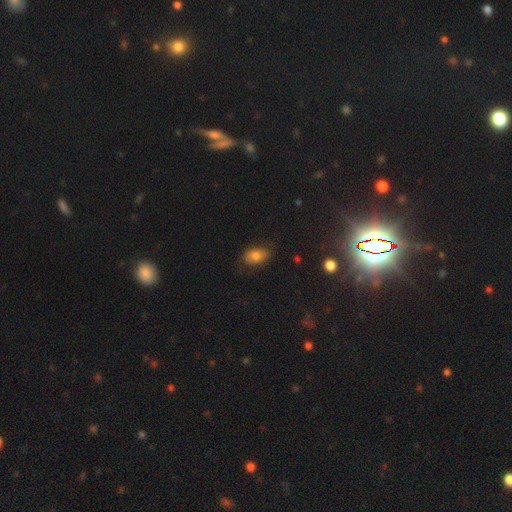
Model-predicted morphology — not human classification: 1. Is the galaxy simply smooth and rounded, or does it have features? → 70% smooth, 19% featured or disk, 11% star or artifact.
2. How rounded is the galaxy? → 87% in between, 11% round, 2% cigar-shaped.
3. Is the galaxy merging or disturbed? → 75% none, 19% minor disturbance, 5% major disturbance, 1% merger.